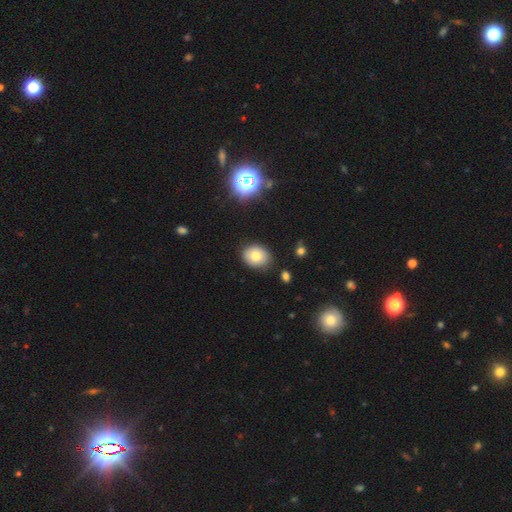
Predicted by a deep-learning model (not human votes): Overall: smooth (77%). How rounded: in between (52%; round 47%). Merging: none (83%).